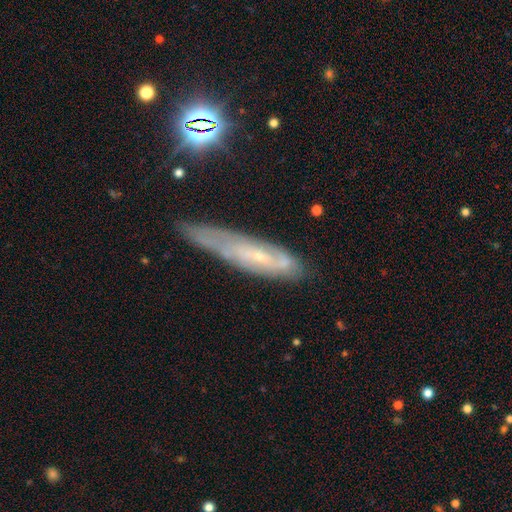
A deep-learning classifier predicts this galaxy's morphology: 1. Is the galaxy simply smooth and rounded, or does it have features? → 61% featured or disk, 28% smooth, 11% star or artifact.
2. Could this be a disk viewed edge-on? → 55% no, 45% yes.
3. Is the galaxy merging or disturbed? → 54% none, 31% minor disturbance, 11% major disturbance, 4% merger.